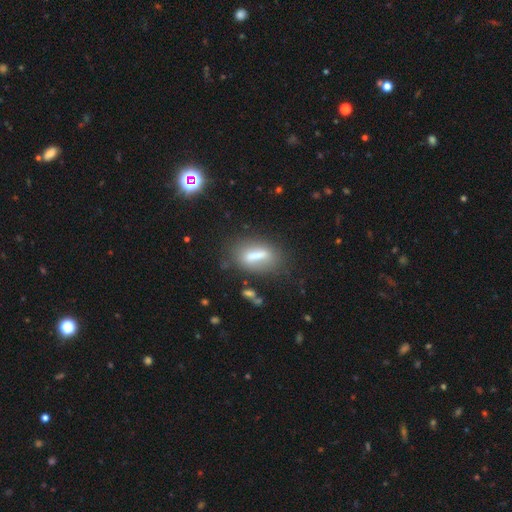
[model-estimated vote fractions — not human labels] A smooth galaxy with no disk features (62%) that is in between round and cigar-shaped (57%).

Vote fractions:
- Smooth or featured? smooth: 62% / featured or disk: 28% / star or artifact: 10%
- How rounded? in between: 57% / cigar-shaped: 36% / round: 7%
- Merging? none: 66% / minor disturbance: 17% / major disturbance: 9% / merger: 8%